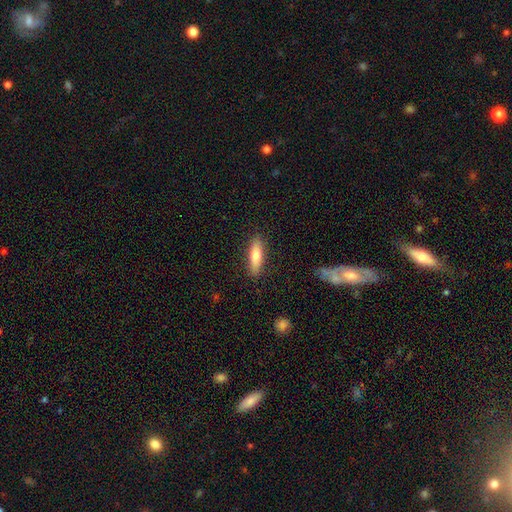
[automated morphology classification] This appears to be a smooth galaxy with no disk features (71%) that is cigar-shaped (62%). Merging: none (88%).